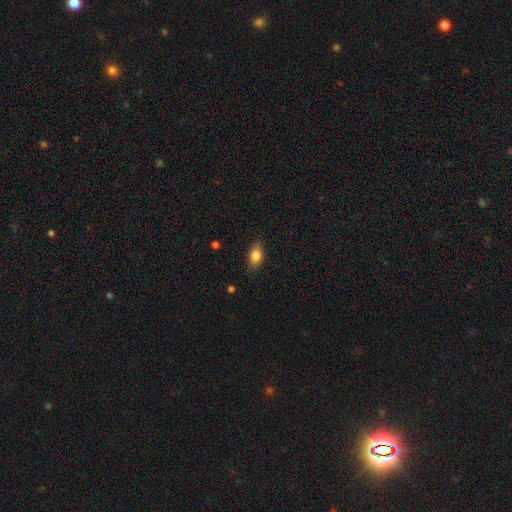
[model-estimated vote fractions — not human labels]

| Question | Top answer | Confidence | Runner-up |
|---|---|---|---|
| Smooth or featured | smooth | 84% | featured or disk (8%) |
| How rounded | in between | 88% | round (8%) |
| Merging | none | 85% | minor disturbance (12%) |